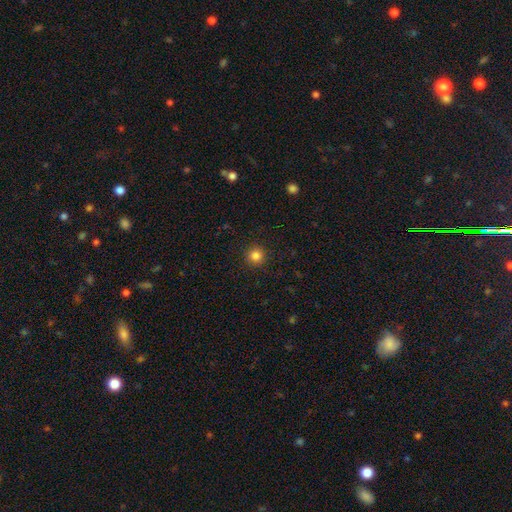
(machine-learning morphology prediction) Q: Smooth or featured?
A: smooth (84%); runner-up: star or artifact (12%)
Q: How rounded?
A: round (95%); runner-up: in between (4%)
Q: Merging?
A: none (92%); runner-up: minor disturbance (5%)